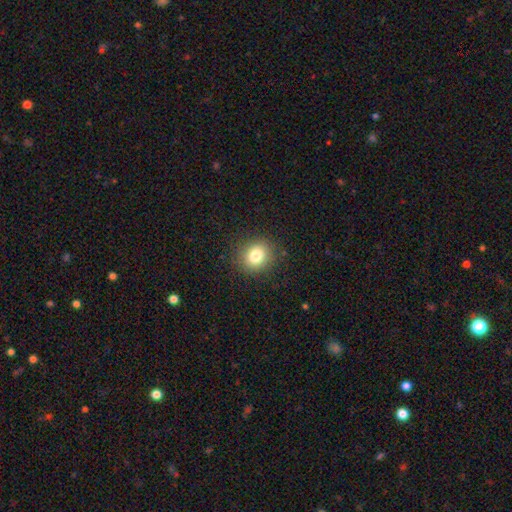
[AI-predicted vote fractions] Q: Smooth or featured?
A: smooth (81%); runner-up: star or artifact (11%)
Q: How rounded?
A: round (76%); runner-up: in between (23%)
Q: Merging?
A: none (88%); runner-up: minor disturbance (8%)